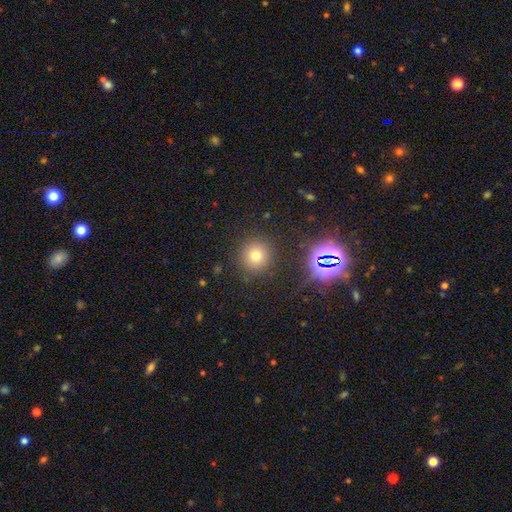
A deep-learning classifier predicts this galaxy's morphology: Overall: smooth (72%). How rounded: round (93%). Merging: none (87%).